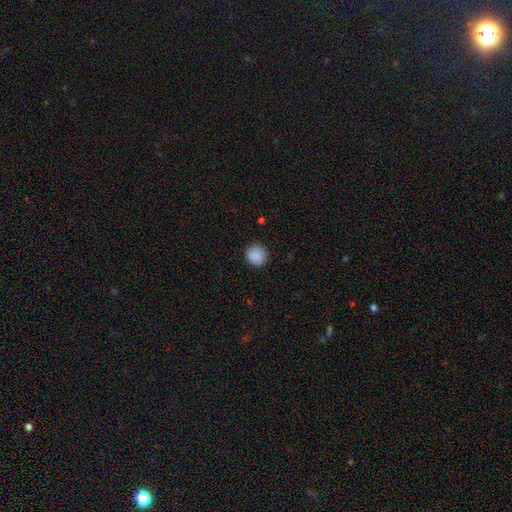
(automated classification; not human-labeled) Smooth or featured: smooth — 89% (star or artifact — 8%)
How rounded: round — 92% (in between — 7%)
Merging: none — 88% (minor disturbance — 9%)